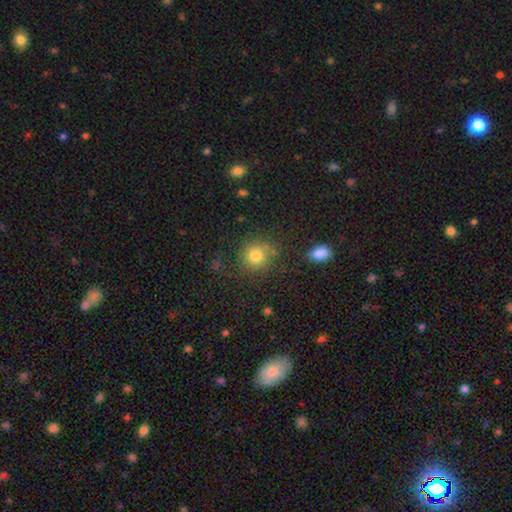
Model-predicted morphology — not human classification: type=smooth (79%); roundness=round (88%); merging=none (78%).